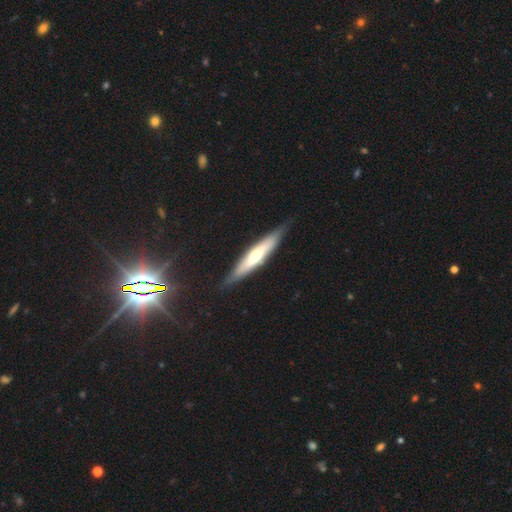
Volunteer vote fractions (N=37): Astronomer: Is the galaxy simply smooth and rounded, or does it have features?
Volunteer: featured or disk — 51% (runner-up: smooth, 46%).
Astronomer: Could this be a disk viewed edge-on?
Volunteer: yes — 100%.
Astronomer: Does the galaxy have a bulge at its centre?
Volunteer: rounded — 100%.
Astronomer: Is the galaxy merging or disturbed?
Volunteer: none — 72%.